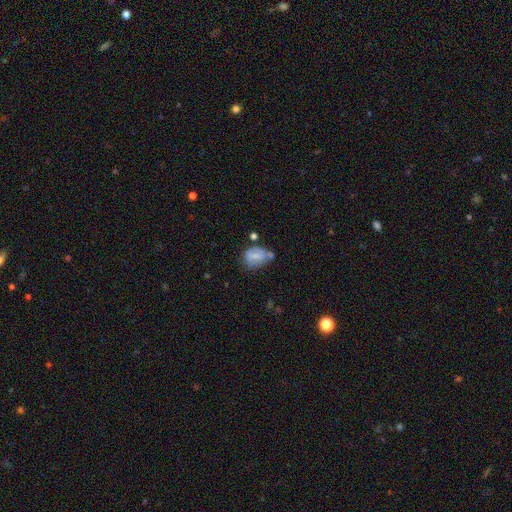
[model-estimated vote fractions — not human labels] smooth-or-featured: smooth: 59% | featured or disk: 31% | star or artifact: 9%
  how-rounded: in between: 69% | round: 29% | cigar-shaped: 2%
  merging: none: 39% | minor disturbance: 32% | merger: 15% | major disturbance: 14%